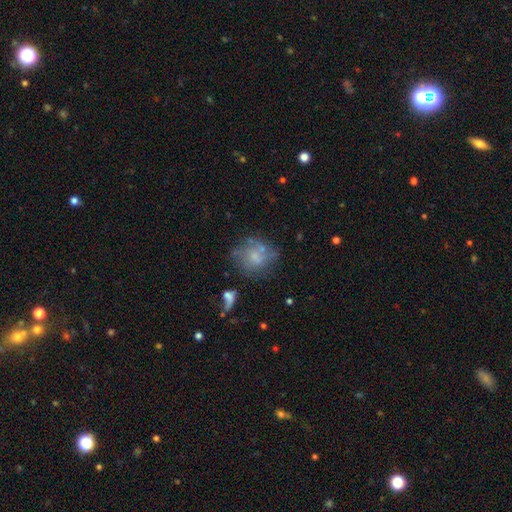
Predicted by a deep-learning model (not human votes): The model was most divided on "smooth or featured": smooth: 48%, featured or disk: 41%, star or artifact: 12%. Remaining: merging — none (49%).